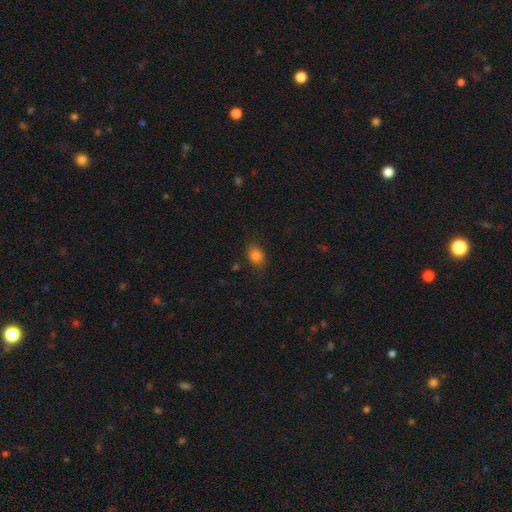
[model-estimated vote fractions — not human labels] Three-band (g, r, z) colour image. It shows a smooth galaxy with no disk features (83%) that is in between round and cigar-shaped (72%). Merging: none (78%).